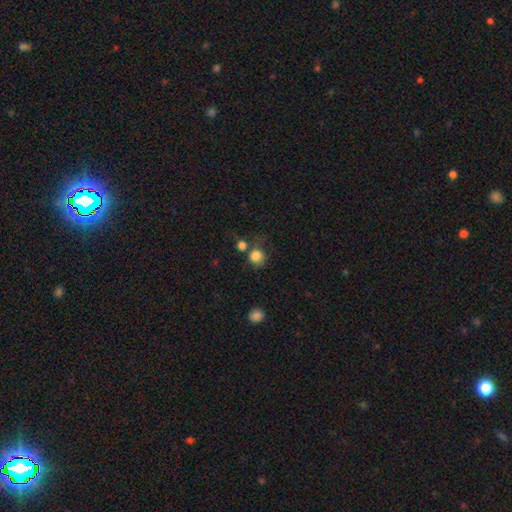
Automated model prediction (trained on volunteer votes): Smooth or featured? Predicted: smooth (p=0.82). How rounded? Predicted: round (p=0.81). Merging? Predicted: none (p=0.52).